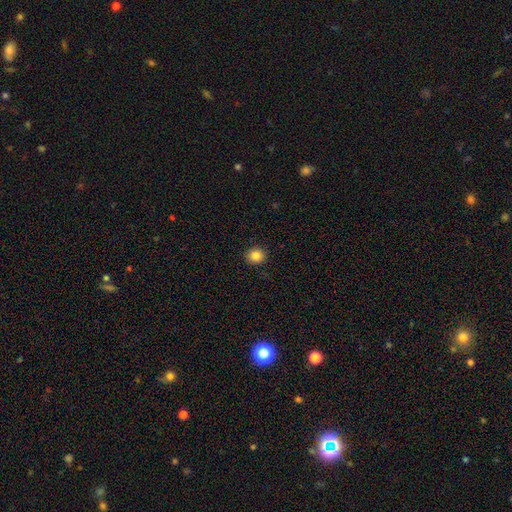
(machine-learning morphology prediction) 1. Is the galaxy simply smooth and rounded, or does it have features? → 85% smooth, 10% star or artifact, 4% featured or disk.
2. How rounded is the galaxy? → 84% round, 15% in between, 1% cigar-shaped.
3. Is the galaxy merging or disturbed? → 92% none, 6% minor disturbance, 2% major disturbance, 1% merger.